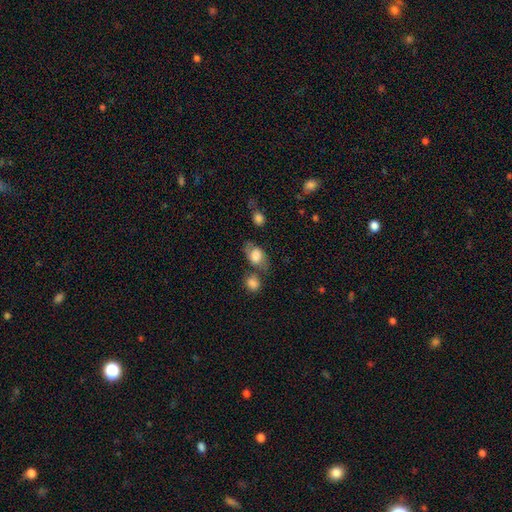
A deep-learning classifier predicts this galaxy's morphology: Smooth or featured?
  - smooth: 64% *
  - featured or disk: 28%
  - star or artifact: 8%
How rounded?
  - in between: 78% *
  - round: 19%
  - cigar-shaped: 2%
Merging?
  - none: 54% *
  - minor disturbance: 19%
  - merger: 18%
  - major disturbance: 9%